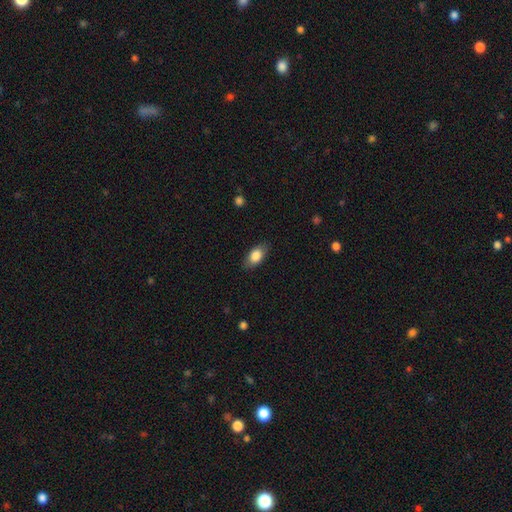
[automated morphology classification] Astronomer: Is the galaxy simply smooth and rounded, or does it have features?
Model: smooth — 83%.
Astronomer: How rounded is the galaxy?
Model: in between — 88%.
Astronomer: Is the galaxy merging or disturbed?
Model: none — 84%.